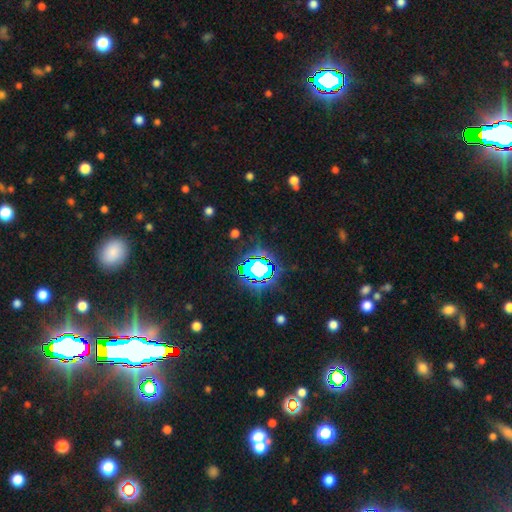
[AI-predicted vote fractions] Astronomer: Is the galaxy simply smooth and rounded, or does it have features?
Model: star or artifact — 81%.